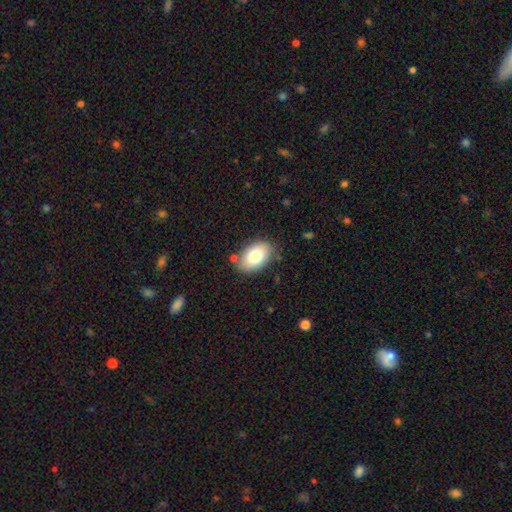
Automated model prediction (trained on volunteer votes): smooth_or_featured: smooth (p=0.78) [alt: featured or disk p=0.15]
how_rounded: in between (p=0.91) [alt: round p=0.08]
merging: none (p=0.82) [alt: minor disturbance p=0.12]